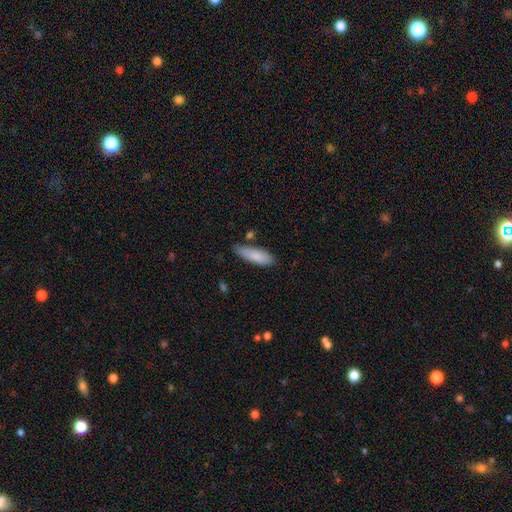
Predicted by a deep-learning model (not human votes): Smooth or featured: smooth — 85% (featured or disk — 9%)
How rounded: in between — 56% (cigar-shaped — 42%)
Merging: none — 71% (minor disturbance — 21%)